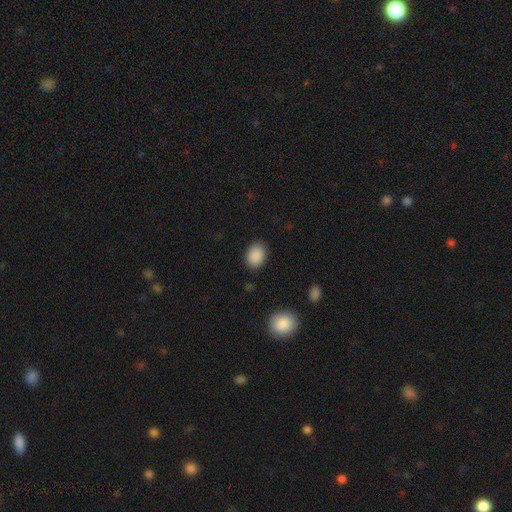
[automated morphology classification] Smooth or featured? Predicted: smooth (p=0.89). How rounded? Predicted: in between (p=0.68). Merging? Predicted: none (p=0.87).